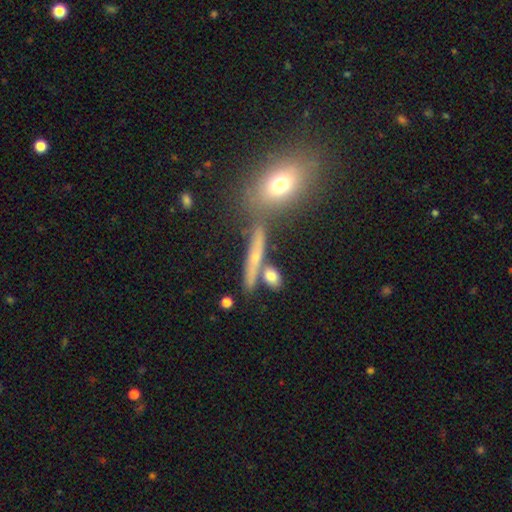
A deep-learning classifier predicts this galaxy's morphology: smooth-or-featured: featured or disk: 53% | smooth: 34% | star or artifact: 13%
  disk-edge-on: yes: 83% | no: 17%
  merging: none: 69% | merger: 14% | minor disturbance: 12% | major disturbance: 5%